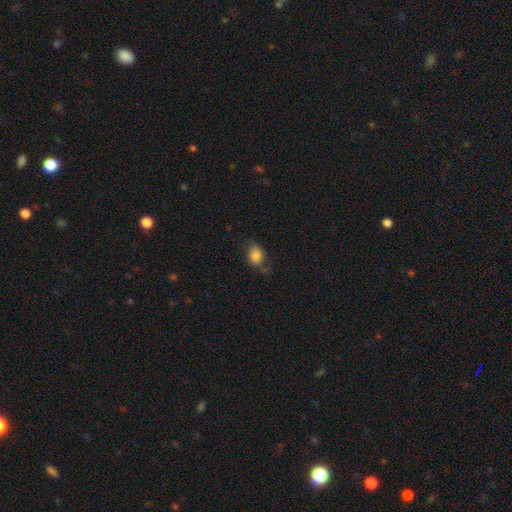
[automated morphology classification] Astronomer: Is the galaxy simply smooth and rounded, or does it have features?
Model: smooth — 81%.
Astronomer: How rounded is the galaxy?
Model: in between — 64%.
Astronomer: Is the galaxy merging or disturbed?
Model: none — 57%.